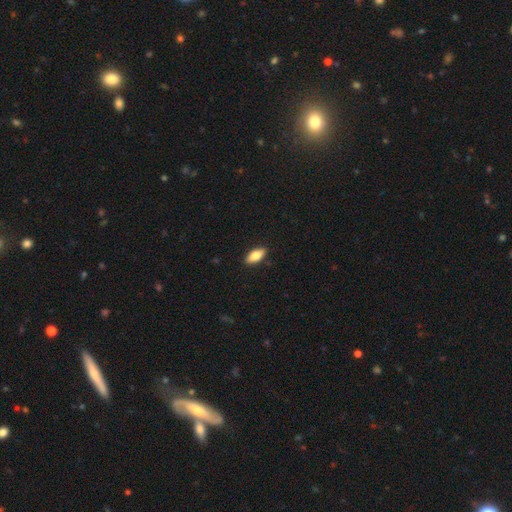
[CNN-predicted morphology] Smooth or featured? smooth (75%)
How rounded? in between (84%)
Merging? none (89%)